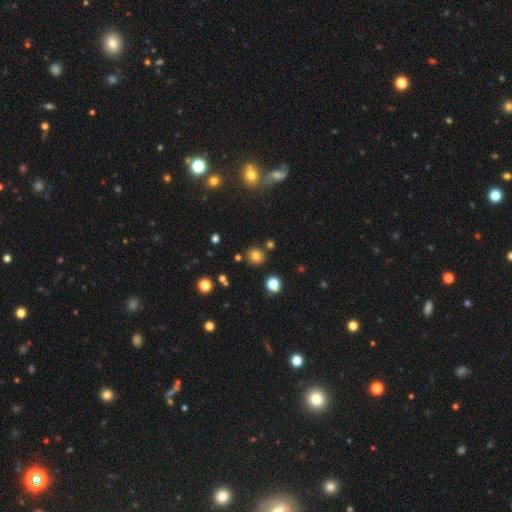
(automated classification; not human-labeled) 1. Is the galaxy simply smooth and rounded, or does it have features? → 76% smooth, 16% star or artifact, 8% featured or disk.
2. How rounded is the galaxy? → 85% round, 14% in between, 1% cigar-shaped.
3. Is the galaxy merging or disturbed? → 84% none, 8% minor disturbance, 5% merger, 3% major disturbance.